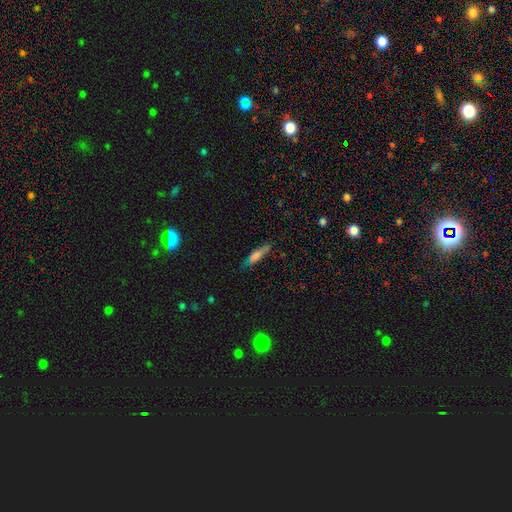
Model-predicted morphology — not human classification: Overall: smooth (62%; featured or disk 28%). How rounded: cigar-shaped (70%). Merging: none (69%).